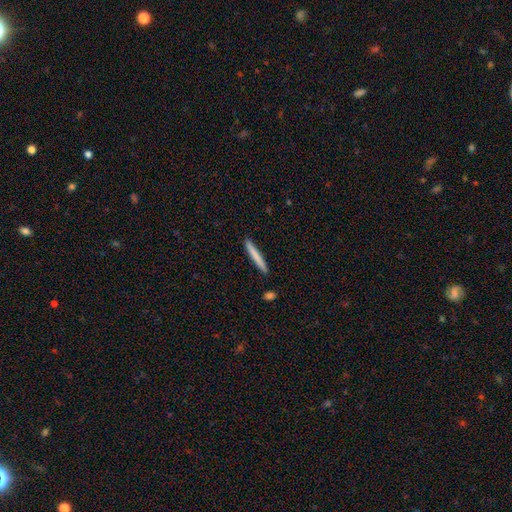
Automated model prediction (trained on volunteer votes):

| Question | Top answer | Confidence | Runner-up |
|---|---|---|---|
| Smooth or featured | smooth | 75% | featured or disk (19%) |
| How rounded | cigar-shaped | 96% | in between (3%) |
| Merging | none | 90% | minor disturbance (6%) |